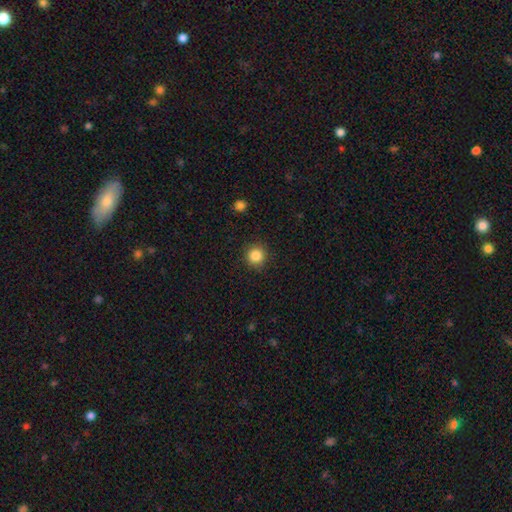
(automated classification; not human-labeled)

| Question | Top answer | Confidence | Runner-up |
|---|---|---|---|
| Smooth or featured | smooth | 85% | star or artifact (11%) |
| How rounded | round | 94% | in between (5%) |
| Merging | none | 91% | minor disturbance (6%) |